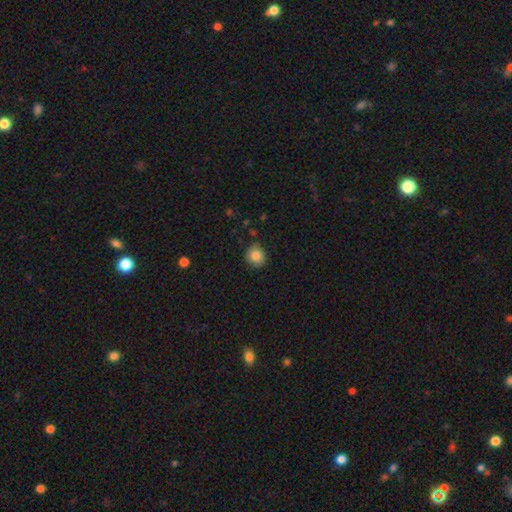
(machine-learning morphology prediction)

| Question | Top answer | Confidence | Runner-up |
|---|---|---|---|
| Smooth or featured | smooth | 83% | star or artifact (9%) |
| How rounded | round | 88% | in between (11%) |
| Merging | none | 82% | minor disturbance (14%) |